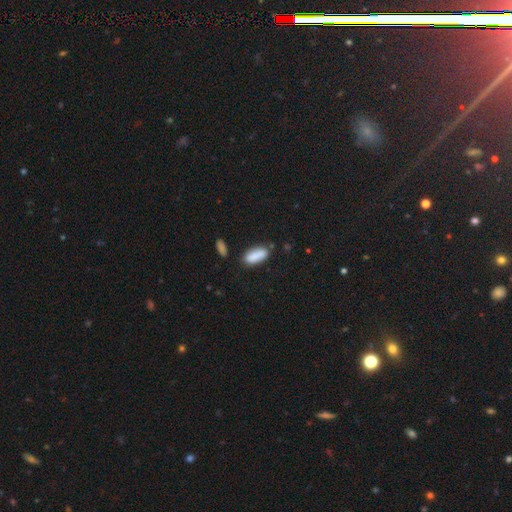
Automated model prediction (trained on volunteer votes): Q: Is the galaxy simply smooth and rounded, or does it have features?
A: smooth — 87%.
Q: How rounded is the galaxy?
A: in between — 78%.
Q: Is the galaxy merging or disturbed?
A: none — 75%.